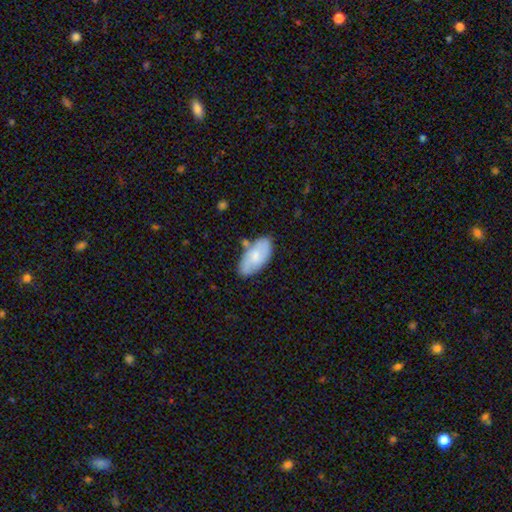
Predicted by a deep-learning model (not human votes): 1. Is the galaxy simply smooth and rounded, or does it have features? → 68% smooth, 27% featured or disk, 6% star or artifact.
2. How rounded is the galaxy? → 93% in between, 4% cigar-shaped, 2% round.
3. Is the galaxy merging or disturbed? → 72% none, 18% minor disturbance, 7% merger, 3% major disturbance.